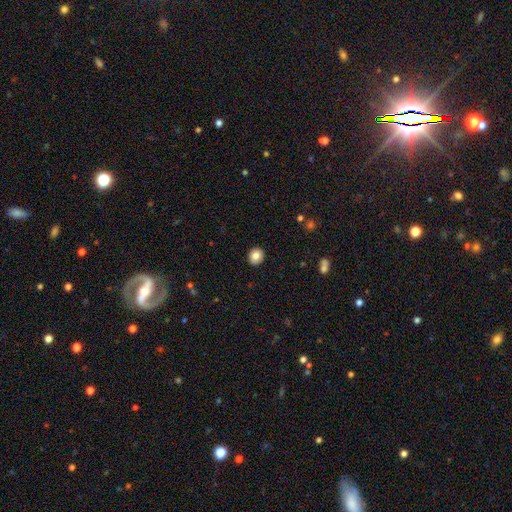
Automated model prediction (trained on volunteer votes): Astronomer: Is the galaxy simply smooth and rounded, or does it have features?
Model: smooth — 83%.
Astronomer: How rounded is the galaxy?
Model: round — 75%.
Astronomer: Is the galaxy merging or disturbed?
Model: none — 92%.